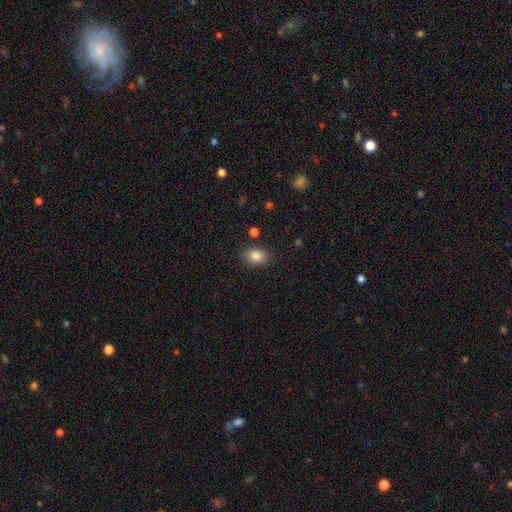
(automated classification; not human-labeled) Q: Smooth or featured?
A: smooth (86%); runner-up: star or artifact (9%)
Q: How rounded?
A: in between (76%); runner-up: round (23%)
Q: Merging?
A: none (84%); runner-up: minor disturbance (11%)